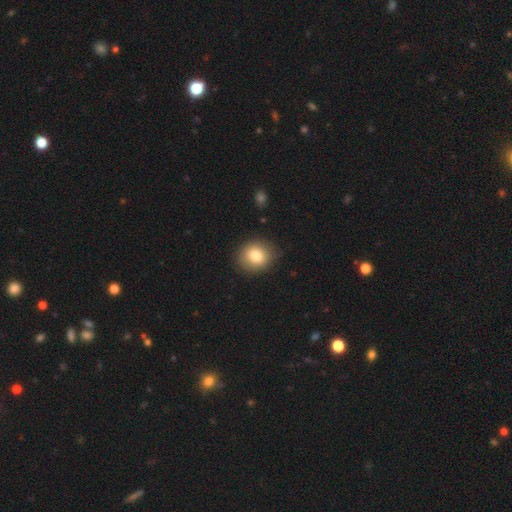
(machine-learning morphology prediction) Smooth or featured? Predicted: smooth (p=0.80). How rounded? Predicted: round (p=0.76). Merging? Predicted: none (p=0.84).